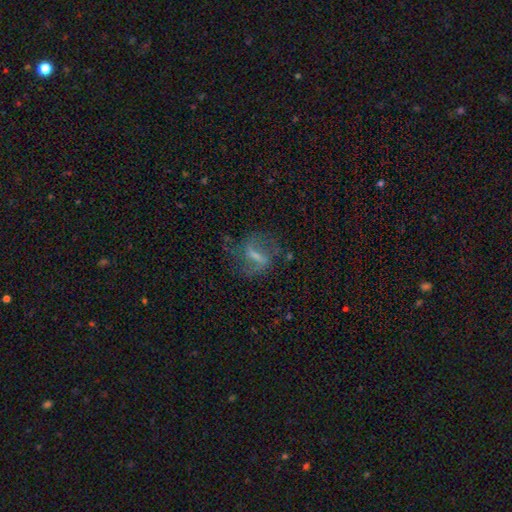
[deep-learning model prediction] Q: Smooth or featured?
A: featured or disk (70%); runner-up: smooth (20%)
Q: Edge-on disk?
A: no (93%); runner-up: yes (7%)
Q: Bar?
A: strong (48%); runner-up: weak (40%)
Q: Spiral arms?
A: yes (80%); runner-up: no (20%)
Q: Spiral winding?
A: loose (49%); runner-up: medium (39%)
Q: Spiral arm count?
A: 2 (80%); runner-up: can't tell (10%)
Q: Bulge size?
A: small (42%); runner-up: moderate (29%)
Q: Merging?
A: none (62%); runner-up: minor disturbance (19%)